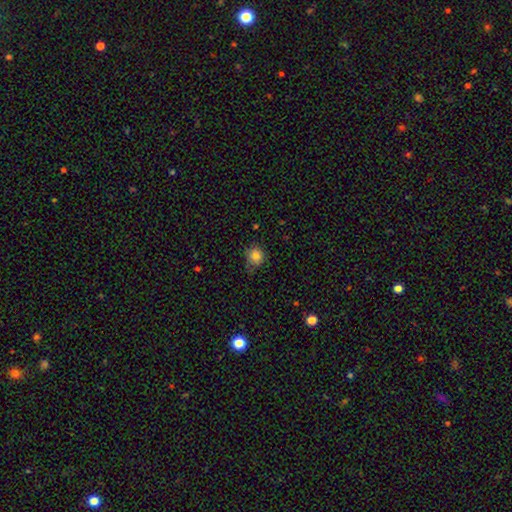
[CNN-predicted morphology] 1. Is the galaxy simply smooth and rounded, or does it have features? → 82% smooth, 11% star or artifact, 7% featured or disk.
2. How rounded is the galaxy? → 86% round, 13% in between, 1% cigar-shaped.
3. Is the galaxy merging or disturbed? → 69% none, 25% minor disturbance, 5% major disturbance, 2% merger.